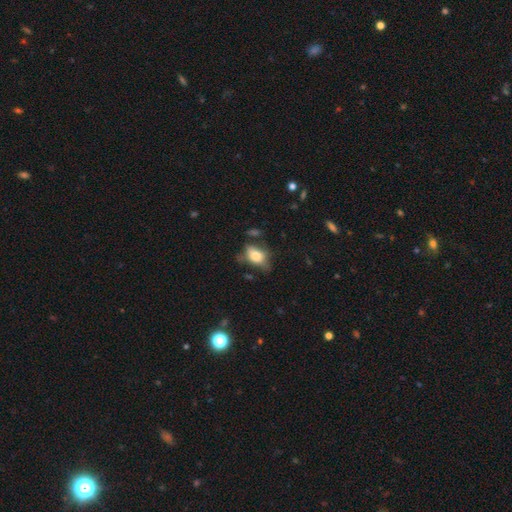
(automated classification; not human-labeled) A smooth galaxy with no disk features (73%) that is in between round and cigar-shaped (83%).

Vote fractions:
- Smooth or featured? smooth: 73% / featured or disk: 18% / star or artifact: 9%
- How rounded? in between: 83% / round: 13% / cigar-shaped: 4%
- Merging? none: 48% / minor disturbance: 31% / major disturbance: 16% / merger: 6%